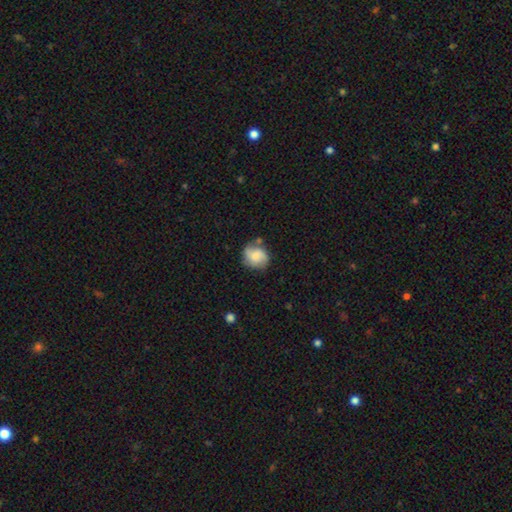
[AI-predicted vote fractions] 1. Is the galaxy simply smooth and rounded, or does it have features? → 57% smooth, 35% featured or disk, 8% star or artifact.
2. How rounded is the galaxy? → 75% round, 24% in between, 1% cigar-shaped.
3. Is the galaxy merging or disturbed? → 61% none, 23% minor disturbance, 8% major disturbance, 8% merger.